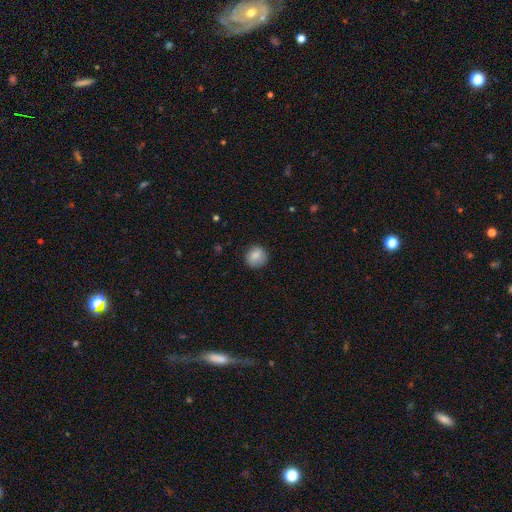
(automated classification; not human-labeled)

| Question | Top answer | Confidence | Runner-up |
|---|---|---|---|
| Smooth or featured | smooth | 83% | featured or disk (9%) |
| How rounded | round | 87% | in between (12%) |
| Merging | none | 84% | minor disturbance (12%) |